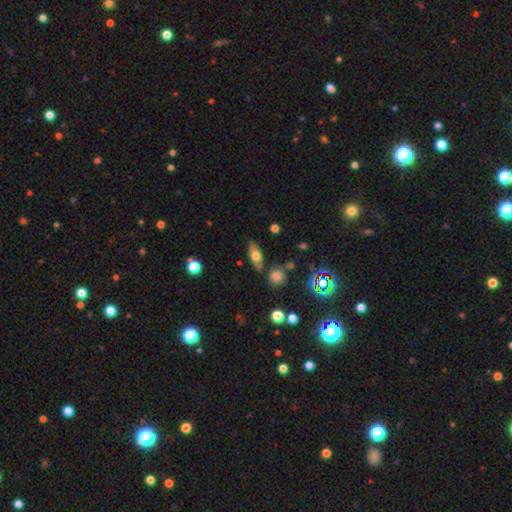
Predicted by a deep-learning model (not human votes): smooth_or_featured: smooth (p=0.56) [alt: featured or disk p=0.34]
how_rounded: in between (p=0.69) [alt: cigar-shaped p=0.24]
merging: none (p=0.79) [alt: minor disturbance p=0.13]